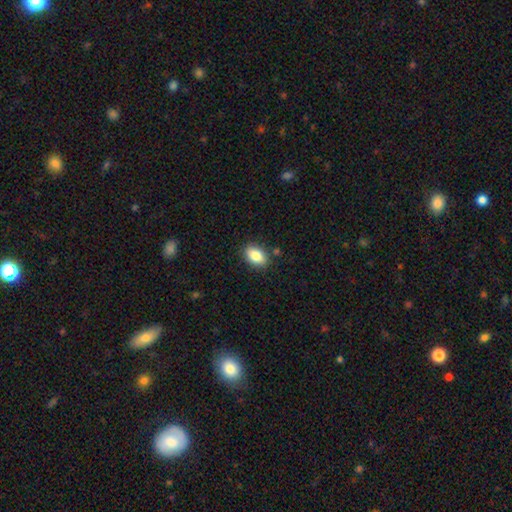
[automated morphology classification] Q: Smooth or featured?
A: smooth (84%); runner-up: featured or disk (8%)
Q: How rounded?
A: in between (88%); runner-up: round (10%)
Q: Merging?
A: none (86%); runner-up: minor disturbance (10%)